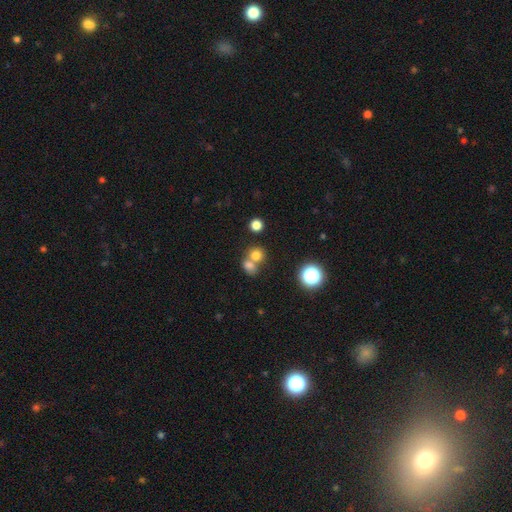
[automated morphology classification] Smooth or featured? Predicted: smooth (p=0.74). How rounded? Predicted: round (p=0.77). Merging? Predicted: merger (p=0.48).